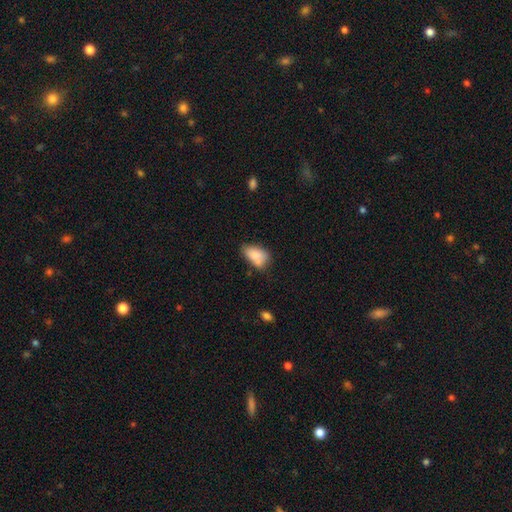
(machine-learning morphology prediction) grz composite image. It shows a smooth galaxy with no disk features (80%) that is in between round and cigar-shaped (90%). Merging: none (44%).